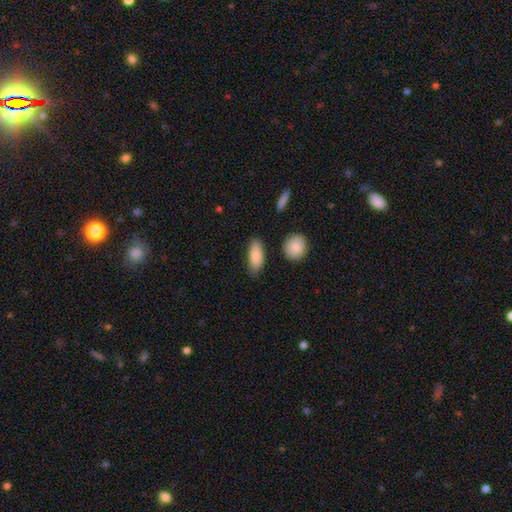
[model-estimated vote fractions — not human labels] A smooth galaxy with no disk features (84%) that is in between round and cigar-shaped (79%). Merging: none (78%).